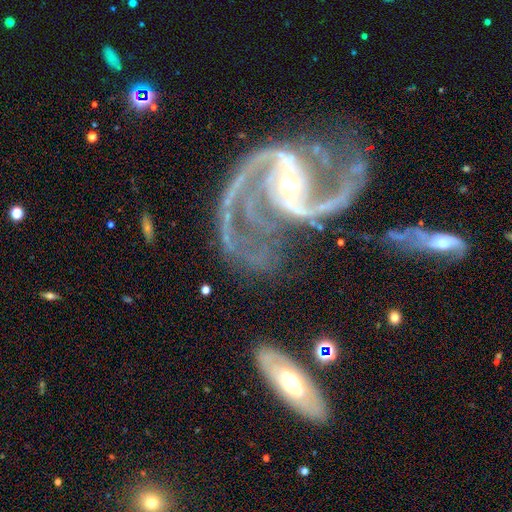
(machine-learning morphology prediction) featured or disk 92%, star or artifact 5%, smooth 3%. Down the decision tree: edge-on disk — no (97%); bar — strong (37%); spiral arms — yes (97%); spiral arm count — 2 (80%); spiral winding — medium (50%); bulge size — moderate (52%); merging — none (44%).